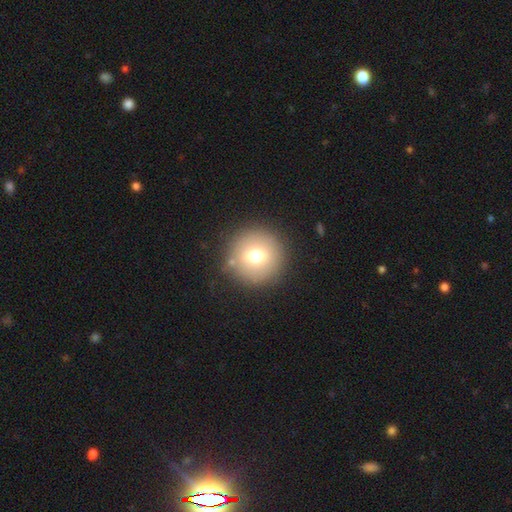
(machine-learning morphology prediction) Overall: smooth (72%). How rounded: round (96%). Merging: none (87%).